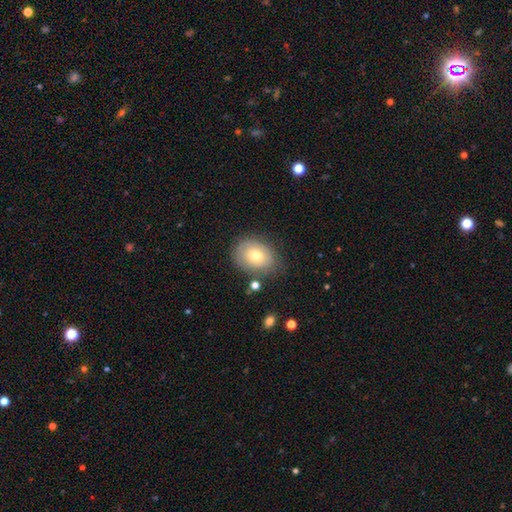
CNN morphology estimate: Overall: smooth (65%; featured or disk 26%). How rounded: in between (56%; round 43%). Merging: none (72%).